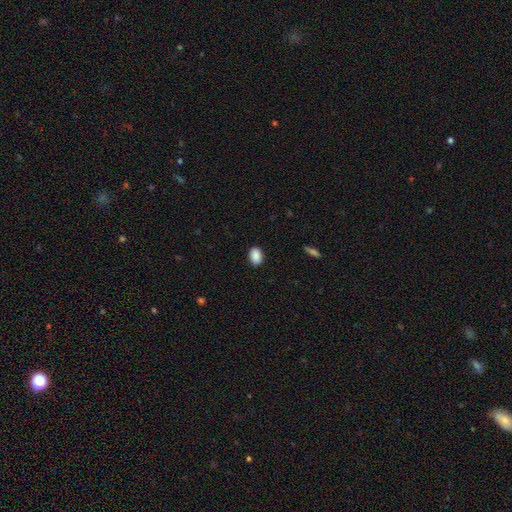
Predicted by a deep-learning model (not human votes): Smooth or featured? smooth (90%)
How rounded? in between (84%)
Merging? none (89%)